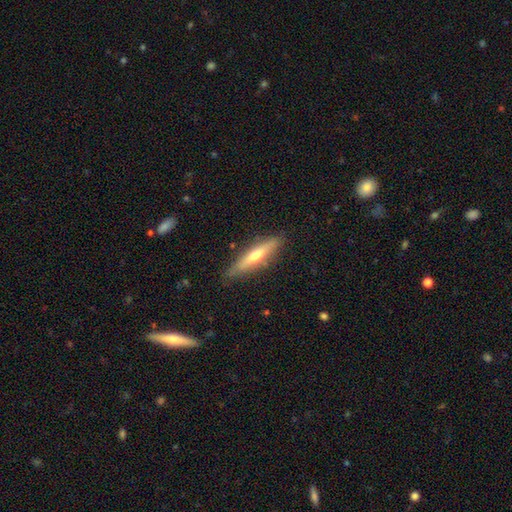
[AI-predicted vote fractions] Smooth or featured? featured or disk (49%)
Merging? none (85%)